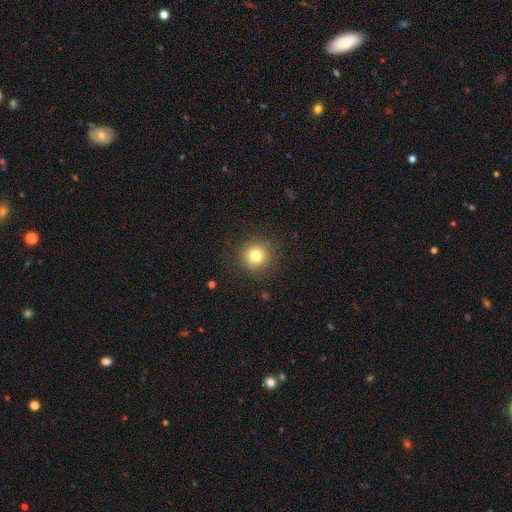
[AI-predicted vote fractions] smooth-or-featured: smooth: 79% | star or artifact: 13% | featured or disk: 8%
  how-rounded: round: 94% | in between: 5% | cigar-shaped: 1%
  merging: none: 88% | minor disturbance: 8% | major disturbance: 3% | merger: 1%